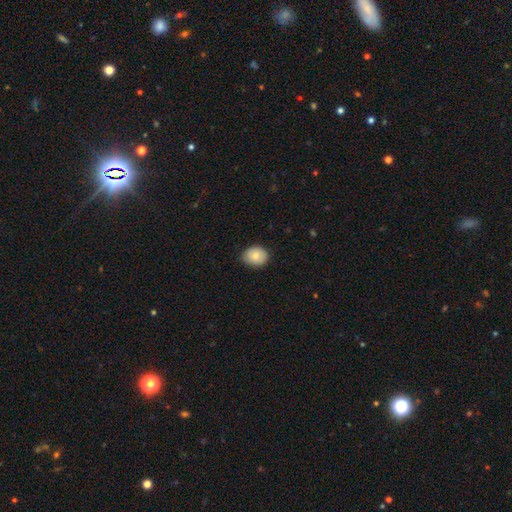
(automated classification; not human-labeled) A smooth galaxy with no disk features (81%) that is round (50%).

Vote fractions:
- Smooth or featured? smooth: 81% / featured or disk: 11% / star or artifact: 8%
- How rounded? round: 50% / in between: 49% / cigar-shaped: 1%
- Merging? none: 77% / minor disturbance: 19% / major disturbance: 3% / merger: 1%